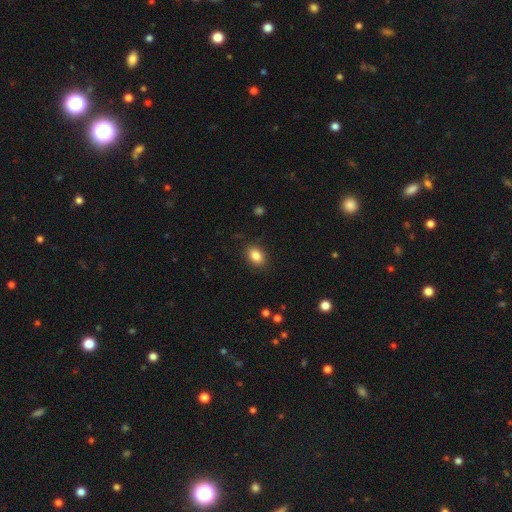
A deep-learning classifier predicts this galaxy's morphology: smooth 85%, star or artifact 9%, featured or disk 6%. Down the decision tree: how rounded — in between (74%); merging — none (87%).